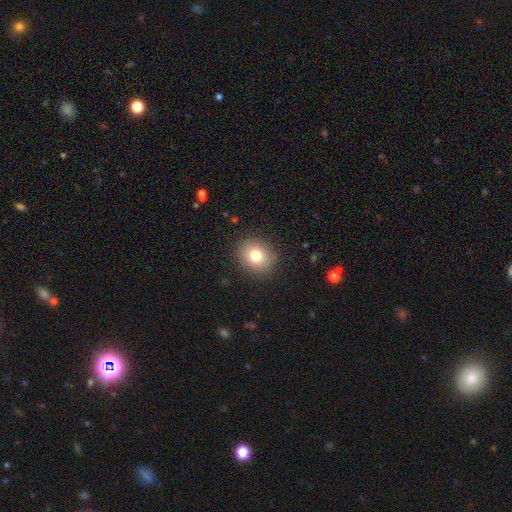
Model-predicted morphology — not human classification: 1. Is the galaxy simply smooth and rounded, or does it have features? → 79% smooth, 11% star or artifact, 11% featured or disk.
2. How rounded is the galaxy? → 65% round, 35% in between, 1% cigar-shaped.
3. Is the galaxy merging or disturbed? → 88% none, 8% minor disturbance, 3% major disturbance, 1% merger.